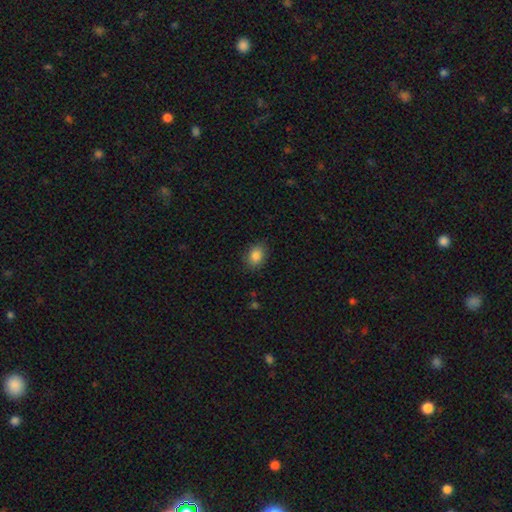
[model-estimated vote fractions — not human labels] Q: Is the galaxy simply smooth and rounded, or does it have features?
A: smooth — 86%.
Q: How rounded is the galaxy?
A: in between — 66%.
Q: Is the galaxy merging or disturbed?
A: none — 84%.